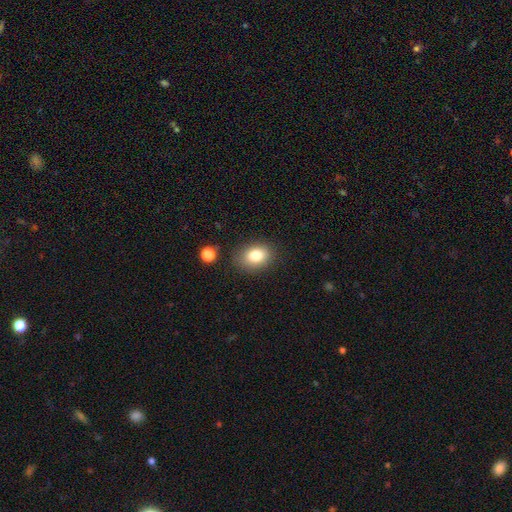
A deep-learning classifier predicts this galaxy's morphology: This is clearly a smooth galaxy (82%). How rounded: likely in between (71%). Merging: clearly none (82%).